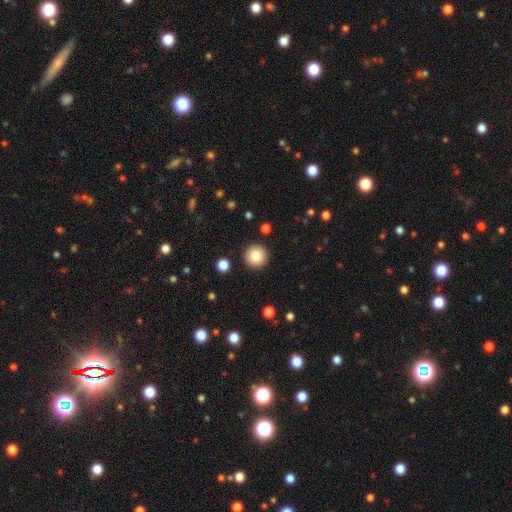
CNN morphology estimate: A smooth galaxy with no disk features (83%) that is round (96%).

Vote fractions:
- Smooth or featured? smooth: 83% / star or artifact: 10% / featured or disk: 8%
- How rounded? round: 96% / in between: 3% / cigar-shaped: 1%
- Merging? none: 92% / minor disturbance: 5% / major disturbance: 2% / merger: 1%